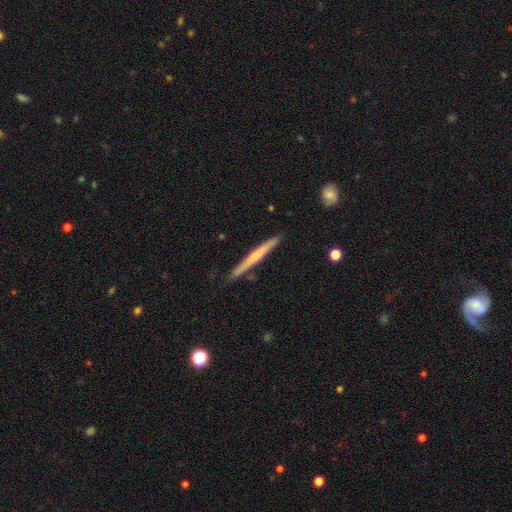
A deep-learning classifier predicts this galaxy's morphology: smooth_or_featured: featured or disk (p=0.51) [alt: smooth p=0.44]
disk_edge_on: yes (p=0.97) [alt: no p=0.03]
merging: none (p=0.87) [alt: minor disturbance p=0.10]